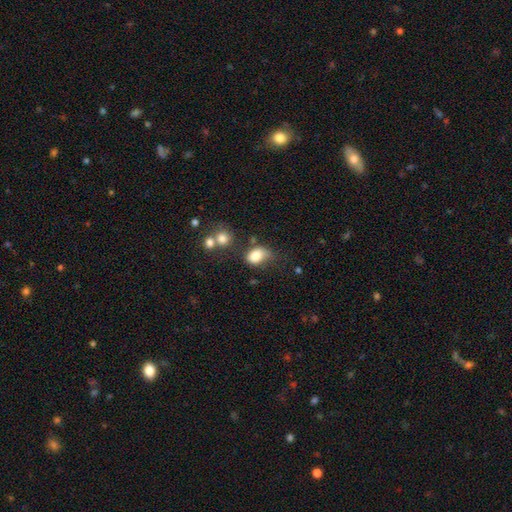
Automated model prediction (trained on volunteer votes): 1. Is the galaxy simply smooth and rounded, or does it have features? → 82% smooth, 9% star or artifact, 9% featured or disk.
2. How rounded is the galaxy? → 74% in between, 24% round, 1% cigar-shaped.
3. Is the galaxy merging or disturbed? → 41% none, 34% minor disturbance, 15% major disturbance, 11% merger.